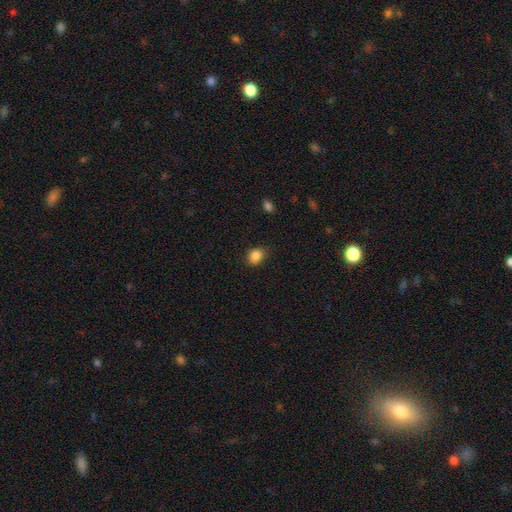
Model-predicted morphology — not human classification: Smooth or featured? smooth (85%)
How rounded? round (50%)
Merging? none (74%)